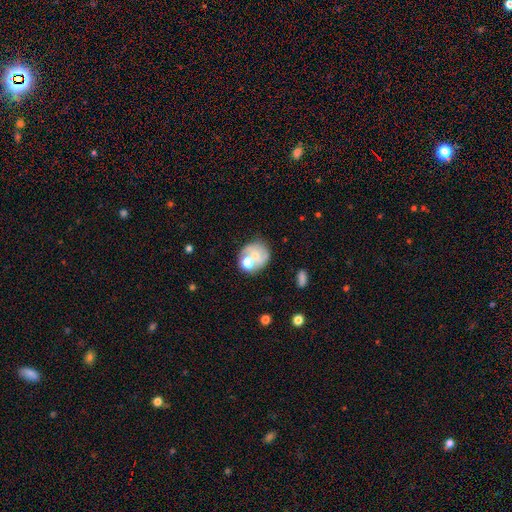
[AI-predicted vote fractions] smooth_or_featured: smooth (p=0.53) [alt: featured or disk p=0.37]
how_rounded: round (p=0.75) [alt: in between p=0.24]
merging: none (p=0.44) [alt: merger p=0.27]